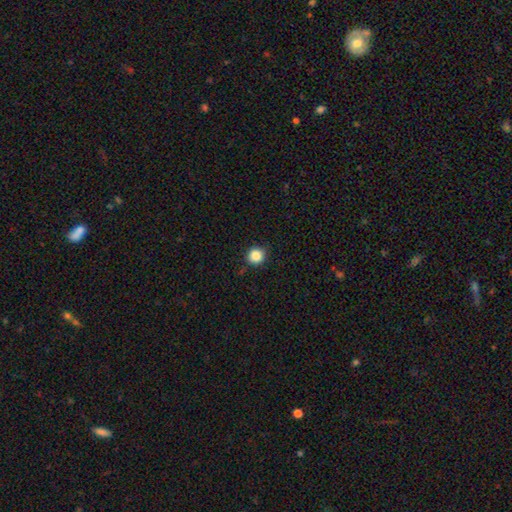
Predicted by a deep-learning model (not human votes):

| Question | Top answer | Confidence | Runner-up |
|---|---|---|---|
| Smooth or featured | smooth | 86% | star or artifact (10%) |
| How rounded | round | 90% | in between (9%) |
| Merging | none | 86% | minor disturbance (10%) |